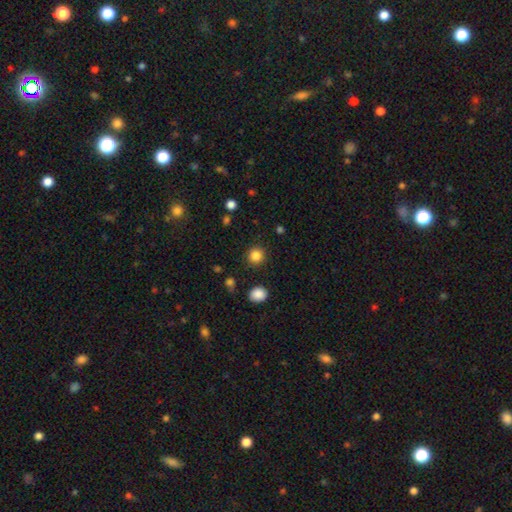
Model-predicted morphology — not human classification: Smooth or featured: smooth — 85% (star or artifact — 11%)
How rounded: round — 92% (in between — 7%)
Merging: none — 90% (minor disturbance — 6%)